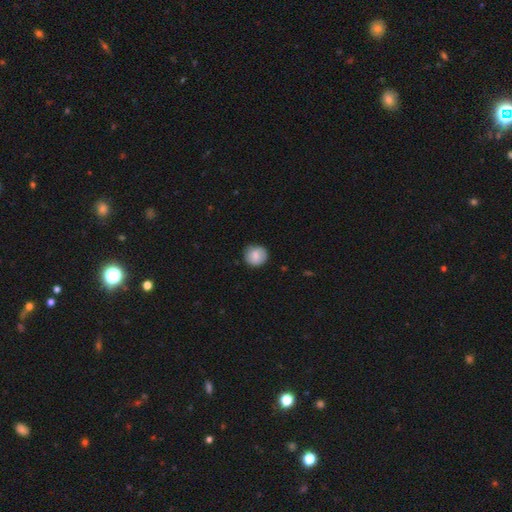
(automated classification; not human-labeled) smooth-or-featured: smooth: 78% | featured or disk: 15% | star or artifact: 7%
  how-rounded: round: 90% | in between: 9% | cigar-shaped: 1%
  merging: none: 82% | minor disturbance: 13% | major disturbance: 3% | merger: 1%